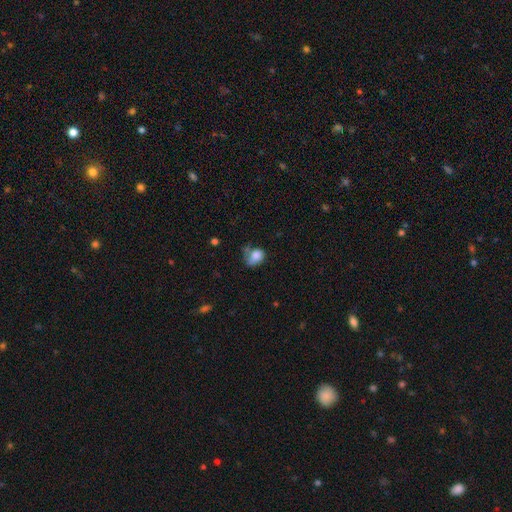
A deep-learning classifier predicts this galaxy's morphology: Smooth or featured?
  - smooth: 76% *
  - featured or disk: 14%
  - star or artifact: 9%
How rounded?
  - in between: 53% *
  - round: 46%
  - cigar-shaped: 1%
Merging?
  - none: 33% *
  - minor disturbance: 32%
  - major disturbance: 24%
  - merger: 12%